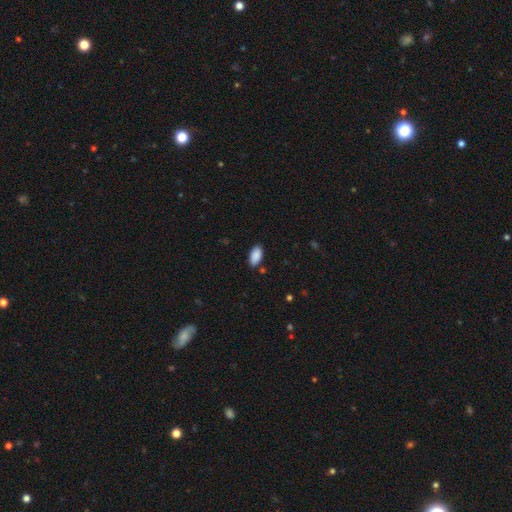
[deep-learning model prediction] Overall: smooth (90%). How rounded: in between (94%). Merging: none (84%).